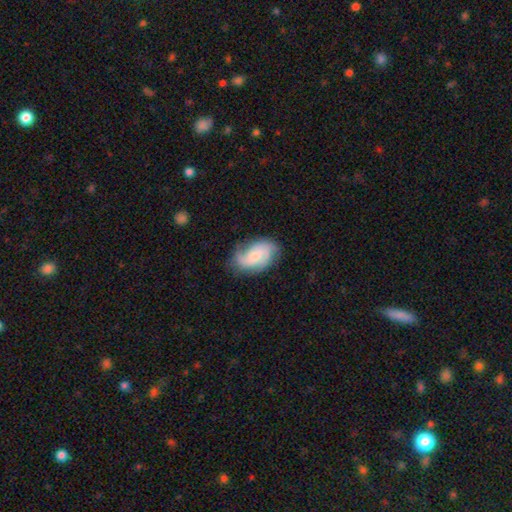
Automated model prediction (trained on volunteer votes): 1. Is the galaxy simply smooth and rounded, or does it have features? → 71% featured or disk, 22% smooth, 6% star or artifact.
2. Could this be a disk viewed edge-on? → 97% no, 3% yes.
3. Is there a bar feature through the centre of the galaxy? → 59% no, 35% weak, 6% strong.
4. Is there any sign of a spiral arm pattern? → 95% yes, 5% no.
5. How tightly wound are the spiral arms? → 46% medium, 28% tight, 27% loose.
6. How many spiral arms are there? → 34% 2 (tied), 34% 3 (tied), 17% can't tell, 6% 4, 5% 1, 4% more than 4.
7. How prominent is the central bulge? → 53% small, 35% moderate, 6% none, 4% large, 1% dominant.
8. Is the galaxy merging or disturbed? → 70% none, 21% minor disturbance, 8% major disturbance, 1% merger.